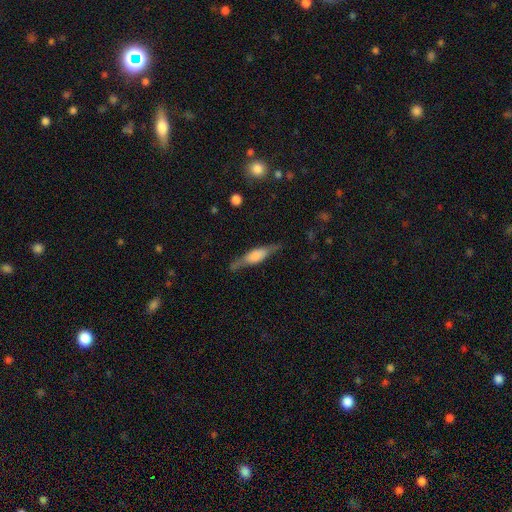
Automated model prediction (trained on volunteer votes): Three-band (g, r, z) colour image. It shows a featured or disk galaxy (52%) viewed edge-on (91%). Merging: none (74%).